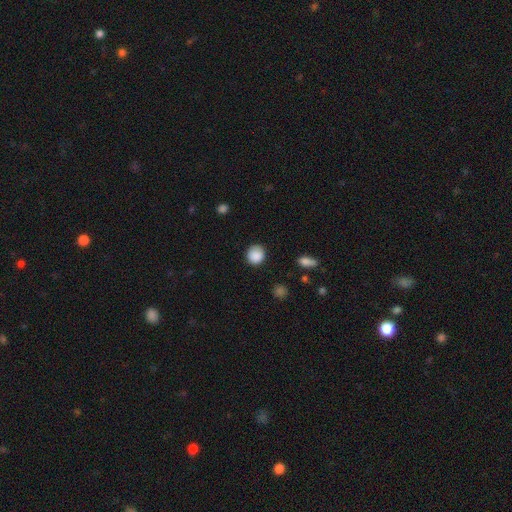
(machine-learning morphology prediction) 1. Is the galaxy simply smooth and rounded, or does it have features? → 88% smooth, 8% star or artifact, 3% featured or disk.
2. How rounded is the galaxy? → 87% round, 12% in between, 1% cigar-shaped.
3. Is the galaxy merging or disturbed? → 85% none, 11% minor disturbance, 3% major disturbance, 1% merger.